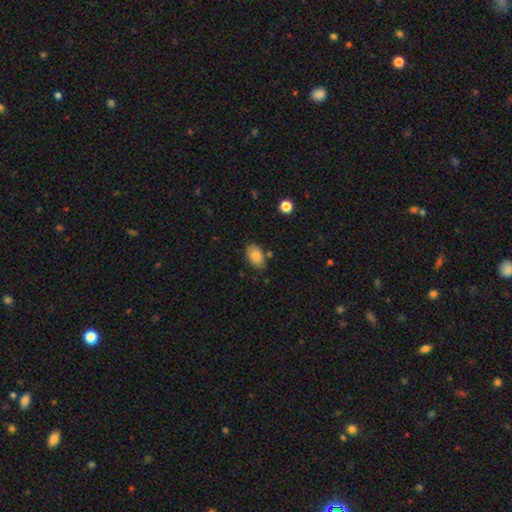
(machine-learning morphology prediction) Overall: smooth (83%). How rounded: in between (91%). Merging: none (79%).